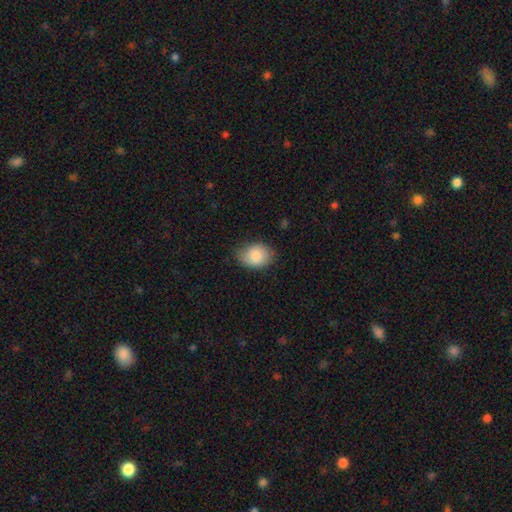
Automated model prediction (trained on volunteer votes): A smooth galaxy with no disk features (85%) that is in between round and cigar-shaped (66%). Merging: none (73%).